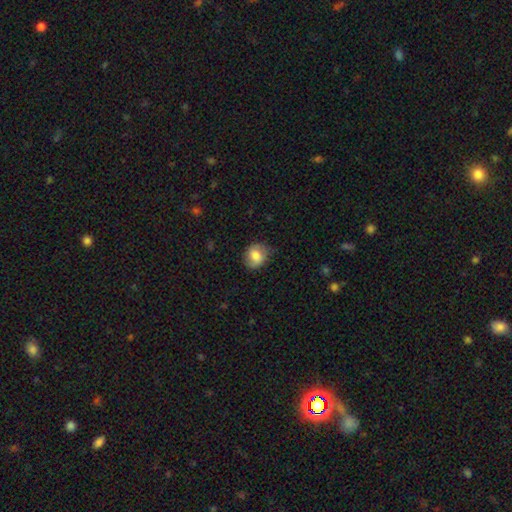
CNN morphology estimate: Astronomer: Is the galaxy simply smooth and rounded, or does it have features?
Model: smooth — 74%.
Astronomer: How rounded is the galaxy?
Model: round — 63%.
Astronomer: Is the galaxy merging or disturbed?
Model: none — 73%.